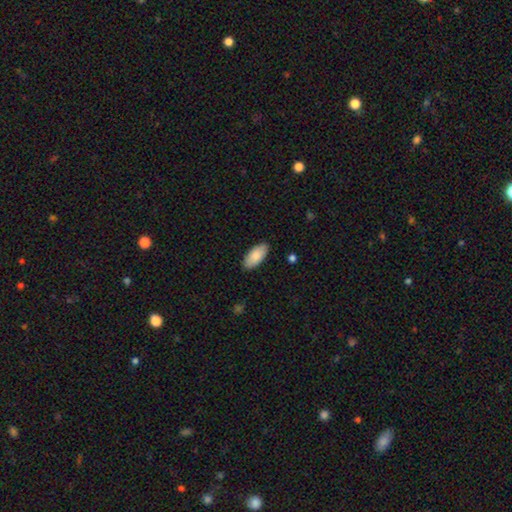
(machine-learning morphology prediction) This appears to be a smooth galaxy with no disk features (86%) that is in between round and cigar-shaped (92%). Merging: none (88%).